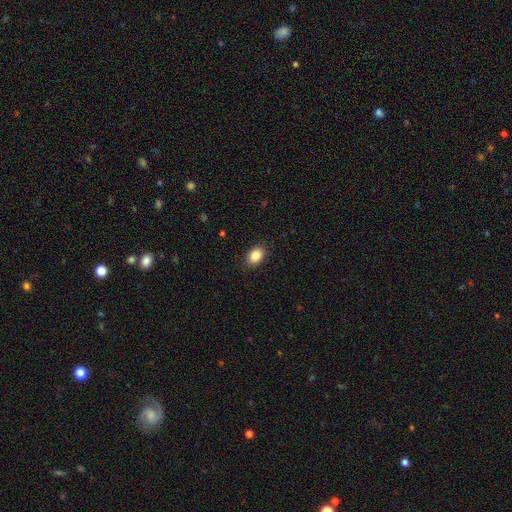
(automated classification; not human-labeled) smooth_or_featured: smooth (p=0.85) [alt: star or artifact p=0.09]
how_rounded: in between (p=0.72) [alt: round p=0.26]
merging: none (p=0.88) [alt: minor disturbance p=0.09]